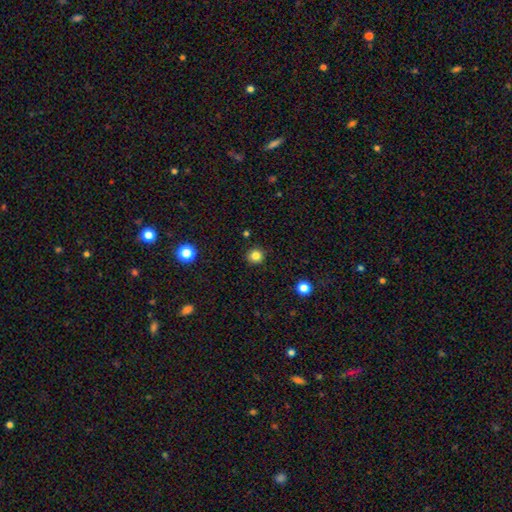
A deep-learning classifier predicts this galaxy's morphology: A smooth galaxy with no disk features (83%) that is round (92%).

Vote fractions:
- Smooth or featured? smooth: 83% / star or artifact: 12% / featured or disk: 5%
- How rounded? round: 92% / in between: 7% / cigar-shaped: 1%
- Merging? none: 91% / minor disturbance: 6% / major disturbance: 2% / merger: 1%